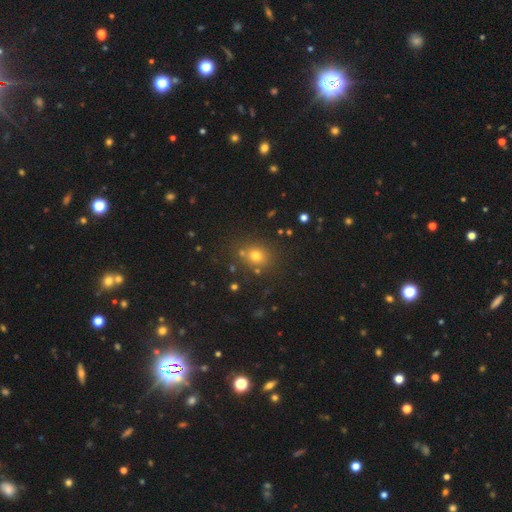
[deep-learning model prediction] Smooth or featured? smooth (71%)
How rounded? round (72%)
Merging? none (77%)